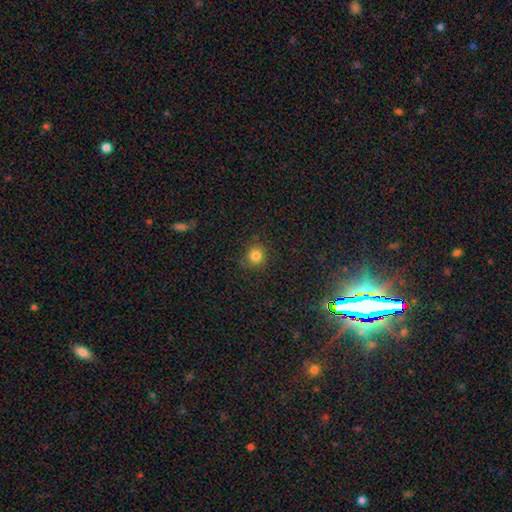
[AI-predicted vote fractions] smooth-or-featured: smooth: 82% | star or artifact: 13% | featured or disk: 5%
  how-rounded: round: 91% | in between: 8% | cigar-shaped: 1%
  merging: none: 84% | minor disturbance: 11% | major disturbance: 3% | merger: 1%